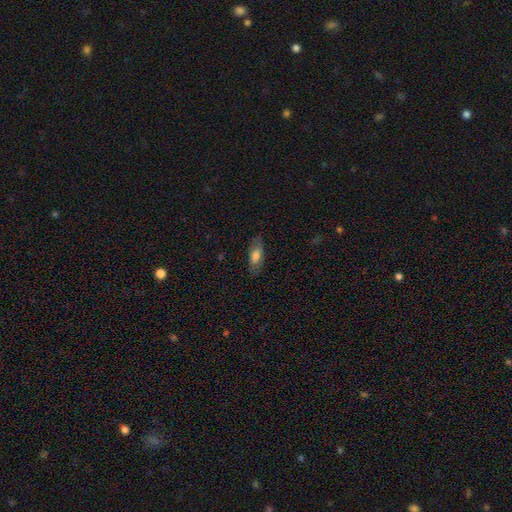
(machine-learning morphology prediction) smooth_or_featured: smooth (p=0.71) [alt: featured or disk p=0.22]
how_rounded: in between (p=0.77) [alt: cigar-shaped p=0.20]
merging: none (p=0.79) [alt: minor disturbance p=0.15]